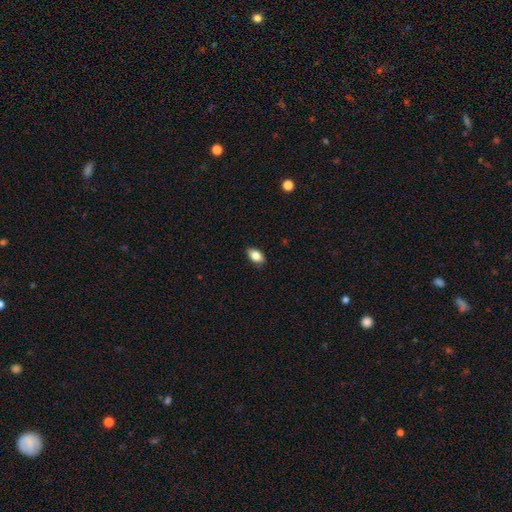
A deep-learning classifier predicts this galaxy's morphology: type=smooth (82%); roundness=in between (90%); merging=none (85%).